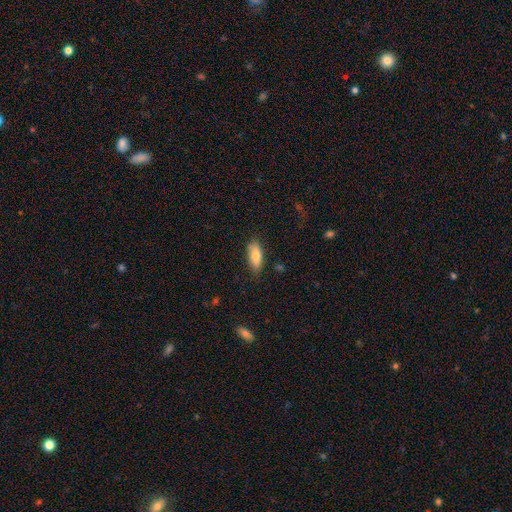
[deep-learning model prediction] smooth-or-featured: smooth: 79% | featured or disk: 14% | star or artifact: 6%
  how-rounded: in between: 72% | cigar-shaped: 26% | round: 2%
  merging: none: 79% | minor disturbance: 16% | major disturbance: 3% | merger: 2%